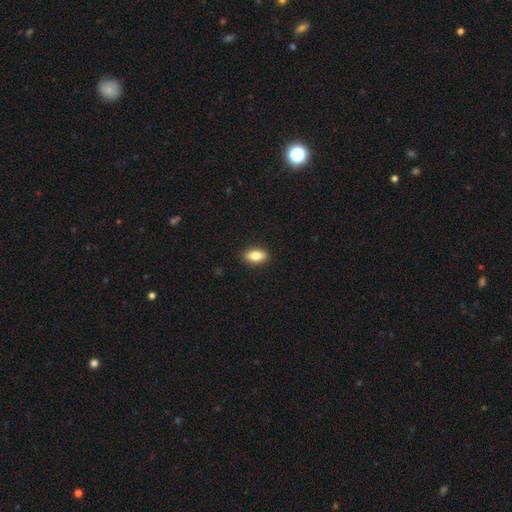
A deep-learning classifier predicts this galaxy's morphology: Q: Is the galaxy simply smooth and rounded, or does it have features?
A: smooth — 83%.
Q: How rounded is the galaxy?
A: in between — 88%.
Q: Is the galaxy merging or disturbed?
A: none — 90%.